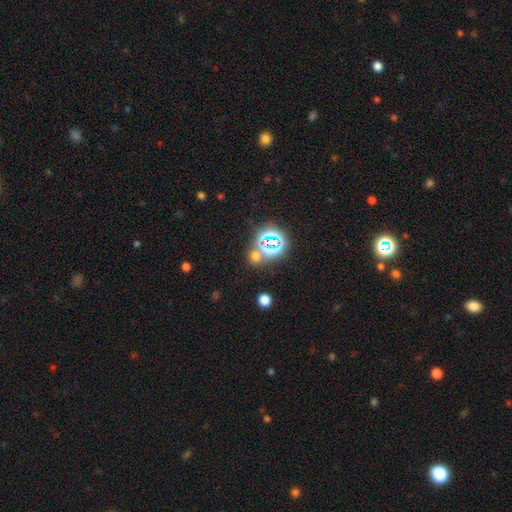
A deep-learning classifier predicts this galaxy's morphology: smooth-or-featured: star or artifact: 46% (tied) | smooth: 46% (tied) | featured or disk: 8%